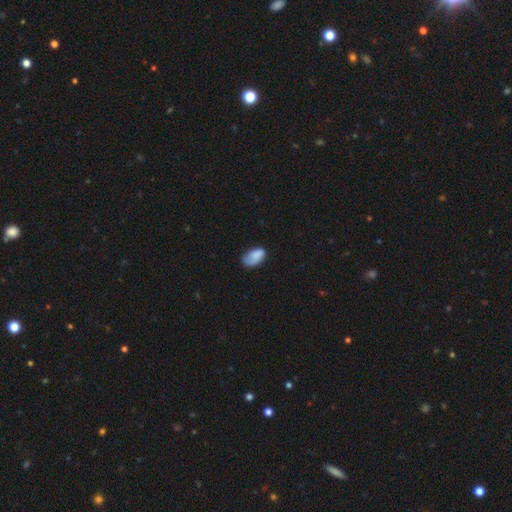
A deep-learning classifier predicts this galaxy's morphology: Smooth or featured: smooth — 79% (featured or disk — 14%)
How rounded: in between — 93% (round — 6%)
Merging: none — 54% (minor disturbance — 31%)